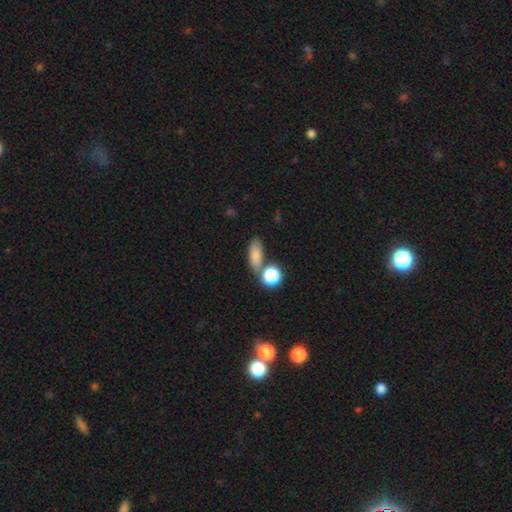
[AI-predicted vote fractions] Smooth or featured? smooth (81%)
How rounded? in between (69%)
Merging? none (63%)